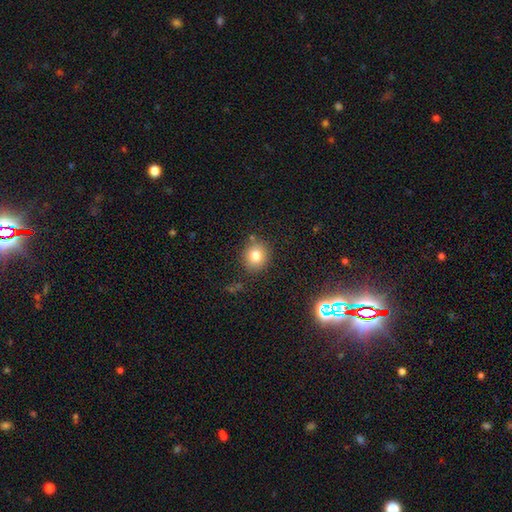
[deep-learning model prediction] This appears to be a smooth galaxy with no disk features (79%) that is round (82%). Merging: none (82%).